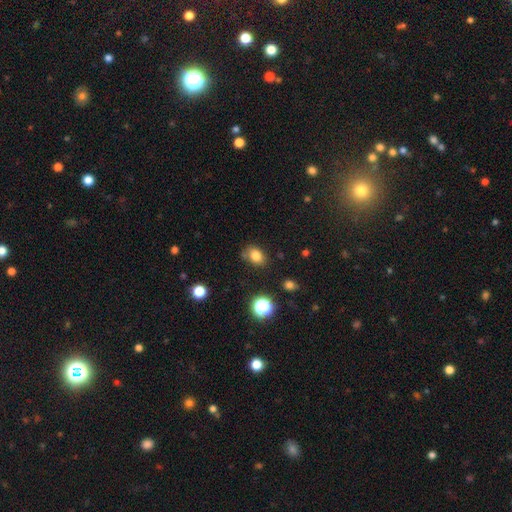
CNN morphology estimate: smooth-or-featured: smooth: 81% | star or artifact: 13% | featured or disk: 7%
  how-rounded: in between: 68% | round: 31% | cigar-shaped: 1%
  merging: none: 73% | minor disturbance: 18% | merger: 5% | major disturbance: 4%